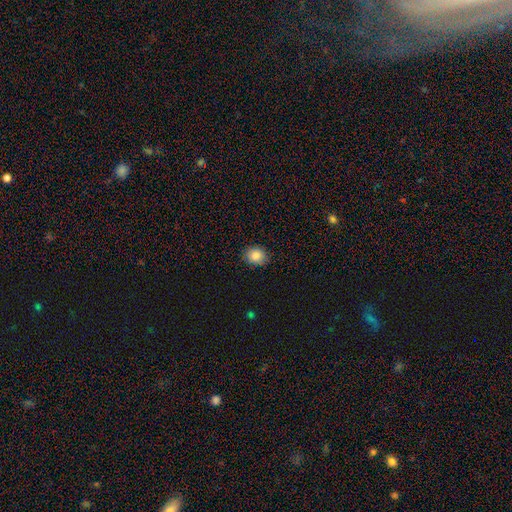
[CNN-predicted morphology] Overall: smooth (87%). How rounded: round (57%; in between 42%). Merging: none (85%).